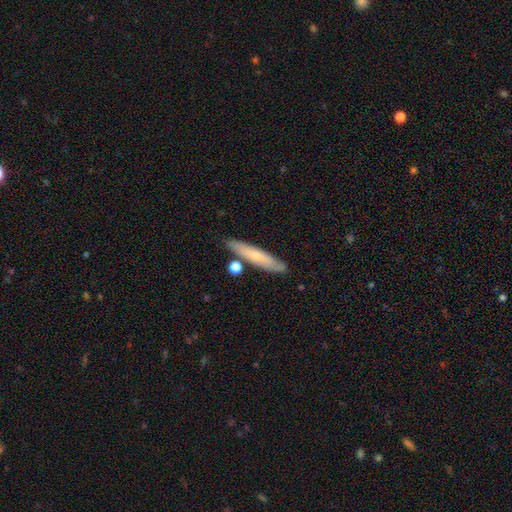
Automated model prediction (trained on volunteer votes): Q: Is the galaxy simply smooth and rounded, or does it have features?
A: smooth — 59%.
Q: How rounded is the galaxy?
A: cigar-shaped — 88%.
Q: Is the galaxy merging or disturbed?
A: none — 80%.